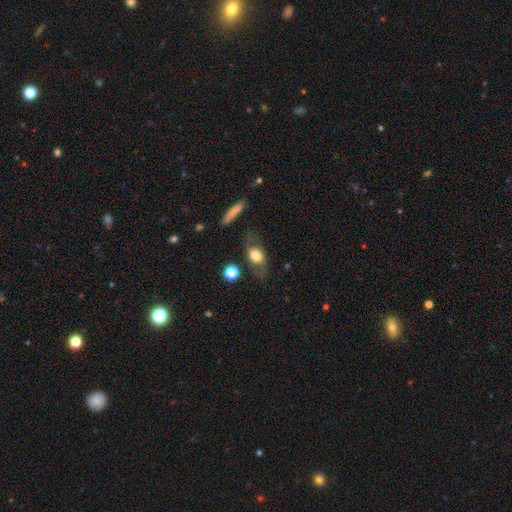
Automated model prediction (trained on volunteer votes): Overall: smooth (65%; featured or disk 28%). How rounded: in between (74%). Merging: none (70%).